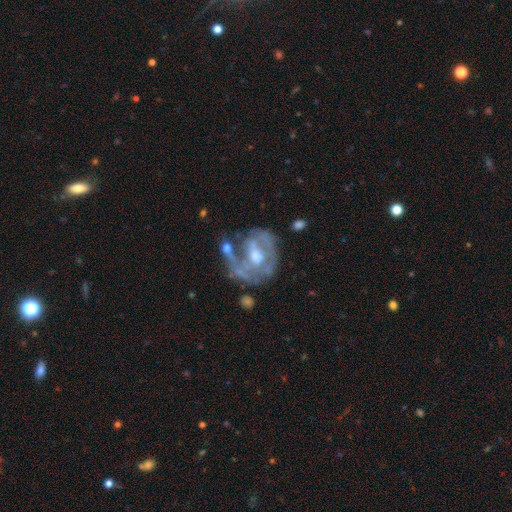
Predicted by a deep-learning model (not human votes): This is likely a featured or disk galaxy (77%). It is clearly not viewed edge-on (97%). Bar: possibly no (49%). Spiral arm pattern: possibly yes (57%). Central bulge: likely moderate (62%). Merging: marginally none (42%).